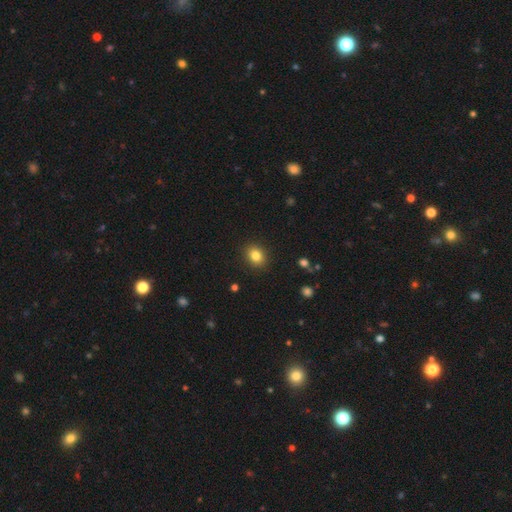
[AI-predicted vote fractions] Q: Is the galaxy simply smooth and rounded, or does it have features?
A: smooth — 83%.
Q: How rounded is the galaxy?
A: round — 61%.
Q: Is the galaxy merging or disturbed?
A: none — 90%.